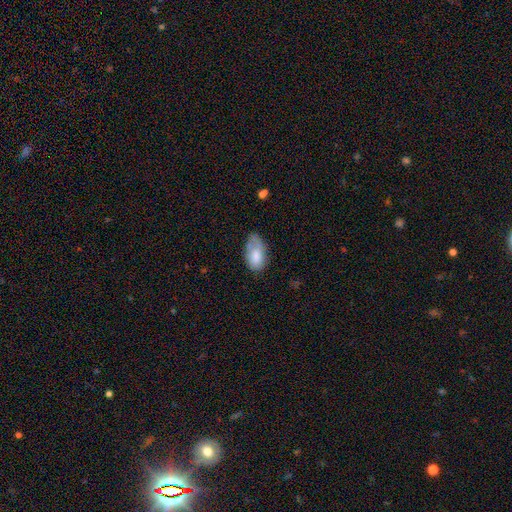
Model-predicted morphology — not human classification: Smooth or featured?
  - smooth: 75% *
  - featured or disk: 18%
  - star or artifact: 7%
How rounded?
  - in between: 94% *
  - round: 4%
  - cigar-shaped: 2%
Merging?
  - none: 48% *
  - minor disturbance: 36%
  - major disturbance: 14%
  - merger: 2%